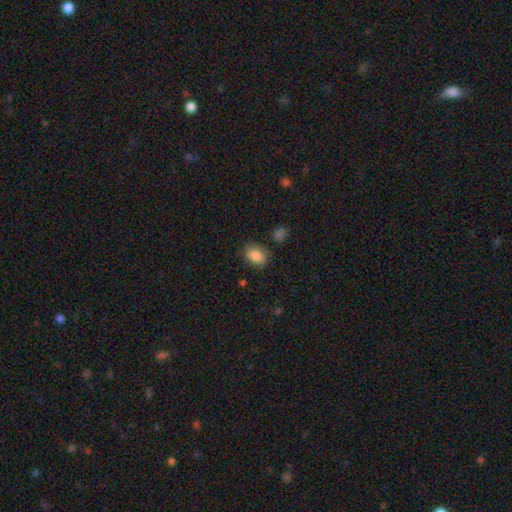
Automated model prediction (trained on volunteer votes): smooth 86%, star or artifact 8%, featured or disk 6%. Down the decision tree: how rounded — in between (83%); merging — none (76%).